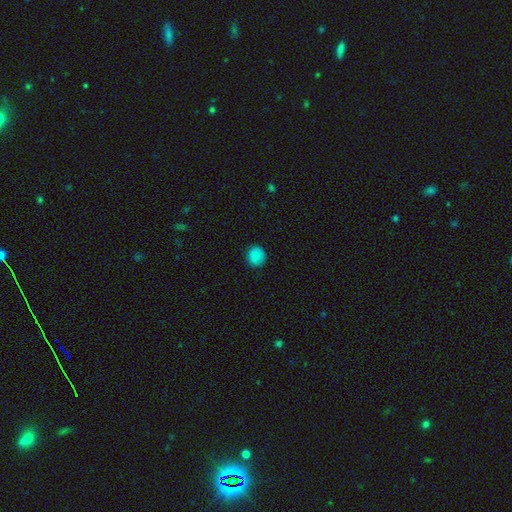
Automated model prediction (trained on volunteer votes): smooth 86%, star or artifact 11%, featured or disk 3%. Down the decision tree: how rounded — round (89%); merging — none (90%).